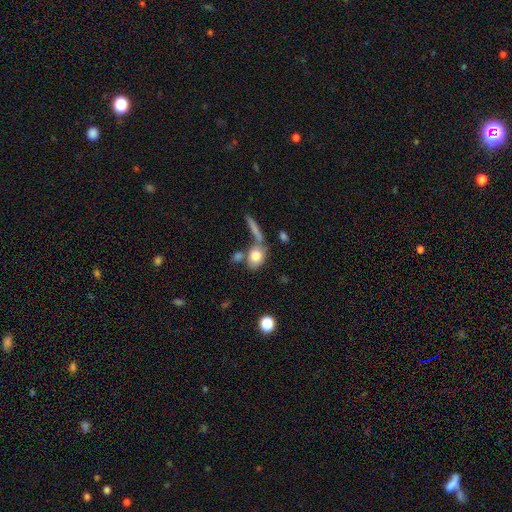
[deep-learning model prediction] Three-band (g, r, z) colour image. It shows a smooth galaxy with no disk features (78%) that is in between round and cigar-shaped (60%). Merging: none (51%).